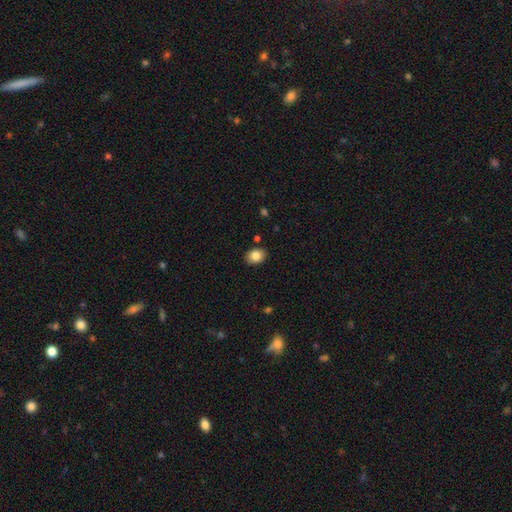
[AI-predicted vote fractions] Overall: smooth (84%). How rounded: in between (65%; round 34%). Merging: none (88%).